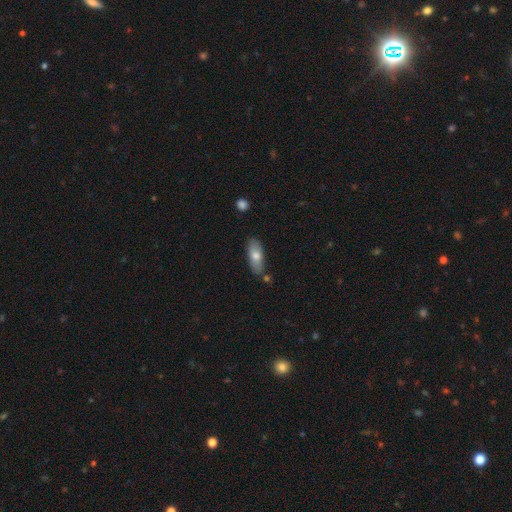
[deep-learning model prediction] Overall: smooth (70%). How rounded: in between (77%). Merging: none (78%).